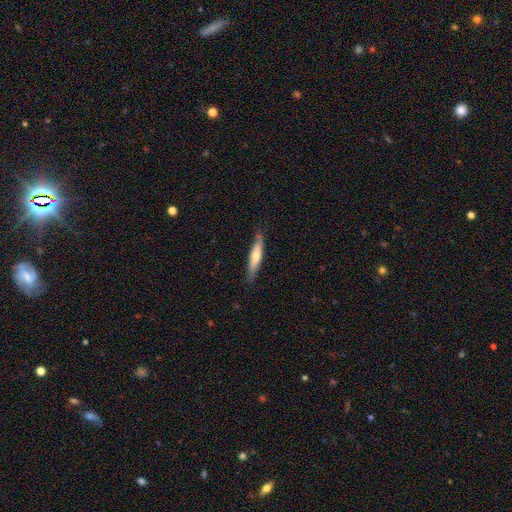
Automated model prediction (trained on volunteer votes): Smooth or featured? smooth (55%)
How rounded? cigar-shaped (88%)
Merging? none (82%)